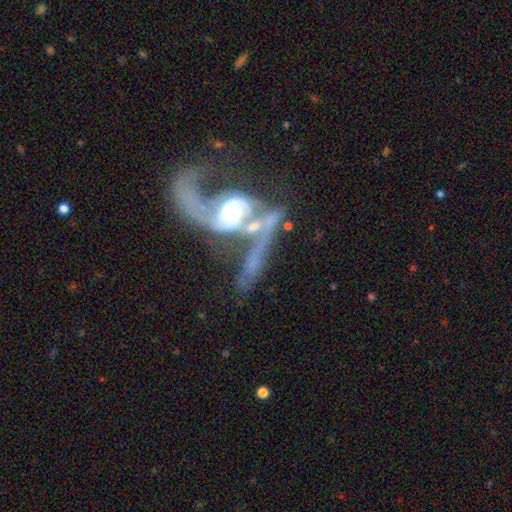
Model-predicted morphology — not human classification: Smooth or featured? Predicted: featured or disk (p=0.82). Edge-on disk? Predicted: no (p=0.91). Bar? Predicted: no (p=0.54). Spiral arms? Predicted: yes (p=0.84). Spiral winding? Predicted: loose (p=0.62). Spiral arm count? Predicted: 2 (p=0.72). Bulge size? Predicted: moderate (p=0.61). Merging? Predicted: merger (p=0.52).